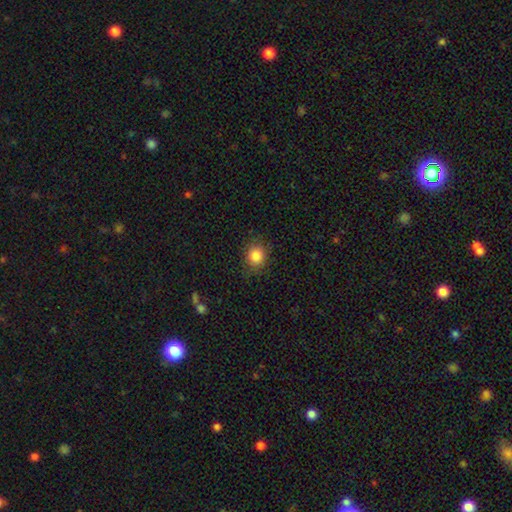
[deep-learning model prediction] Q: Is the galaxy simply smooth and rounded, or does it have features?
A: smooth — 84%.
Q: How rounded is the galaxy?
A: round — 76%.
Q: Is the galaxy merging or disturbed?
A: none — 84%.